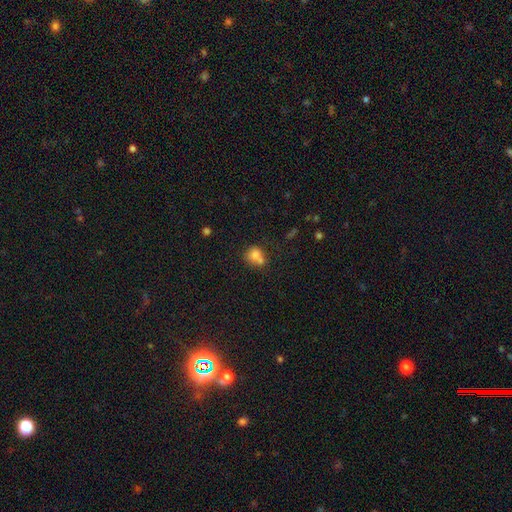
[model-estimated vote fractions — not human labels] This appears to be a smooth galaxy with no disk features (76%) that is round (69%). Merging: merger (47%).